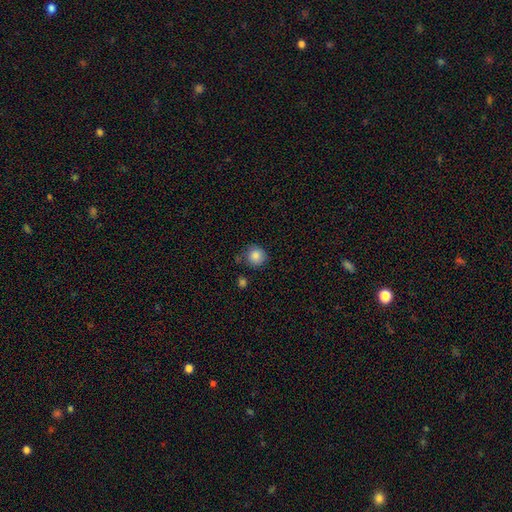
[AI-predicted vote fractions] A smooth galaxy with no disk features (85%) that is round (92%). Merging: none (80%).